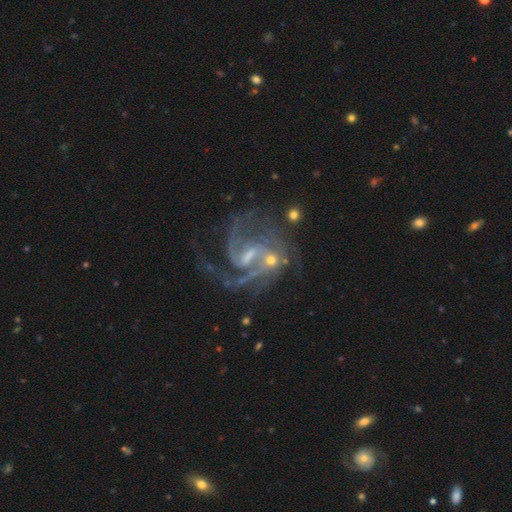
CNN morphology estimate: featured or disk 89%, star or artifact 7%, smooth 4%. Down the decision tree: edge-on disk — no (98%); bar — weak (52%); spiral arms — yes (96%); spiral arm count — 2 (60%); spiral winding — medium (54%); bulge size — small (56%); merging — none (41%).